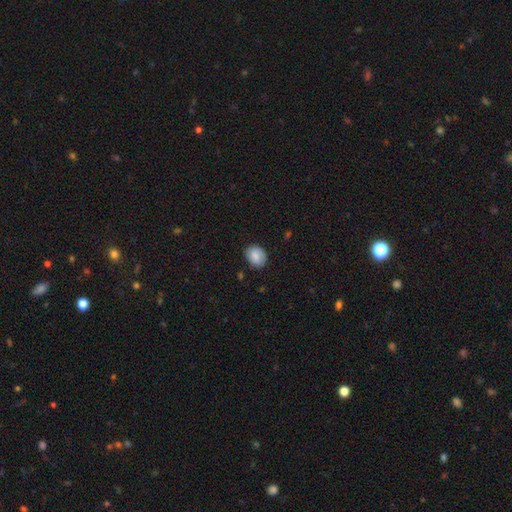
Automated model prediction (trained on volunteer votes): Smooth or featured? smooth (80%)
How rounded? round (50%)
Merging? none (81%)